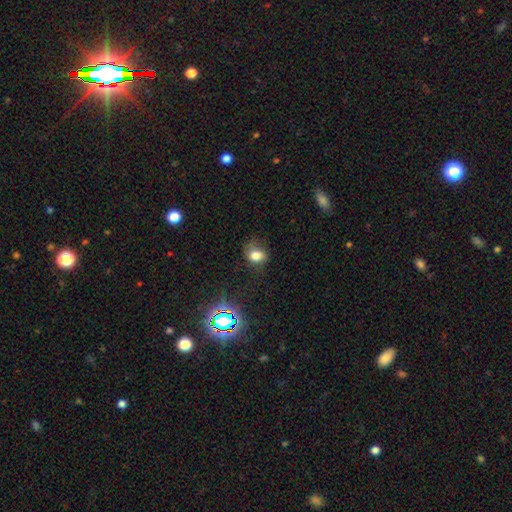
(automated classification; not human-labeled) smooth 73%, star or artifact 17%, featured or disk 10%. Down the decision tree: how rounded — in between (63%); merging — none (62%).